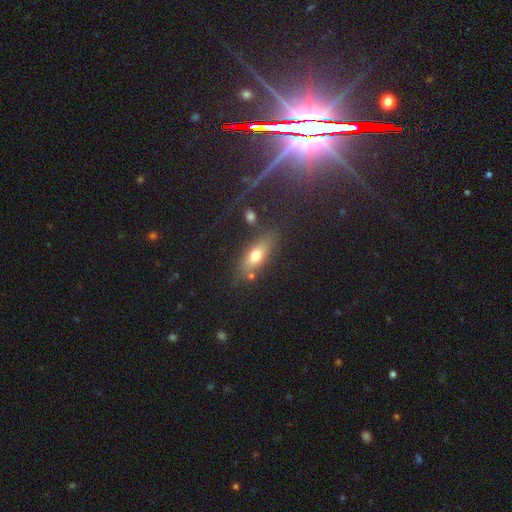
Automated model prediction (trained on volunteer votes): Overall: smooth (67%). How rounded: in between (70%). Merging: none (71%).